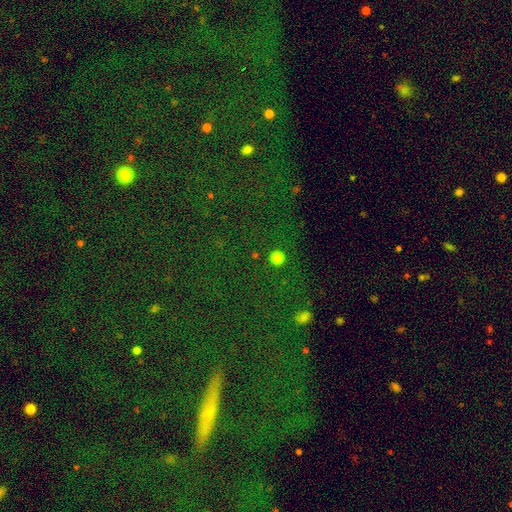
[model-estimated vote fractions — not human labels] Overall: star or artifact (62%; smooth 31%).